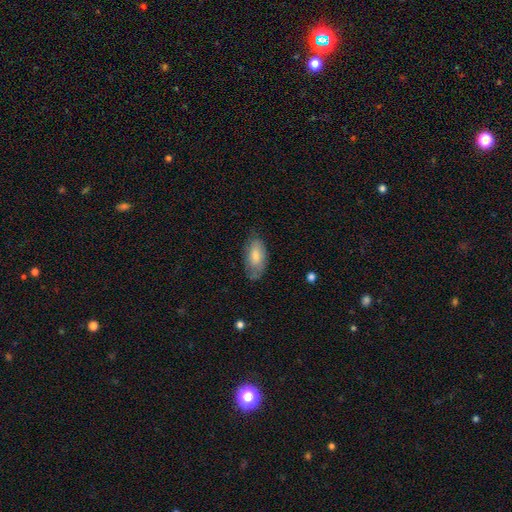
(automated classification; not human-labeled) Smooth or featured? Predicted: smooth (p=0.75). How rounded? Predicted: in between (p=0.93). Merging? Predicted: none (p=0.67).